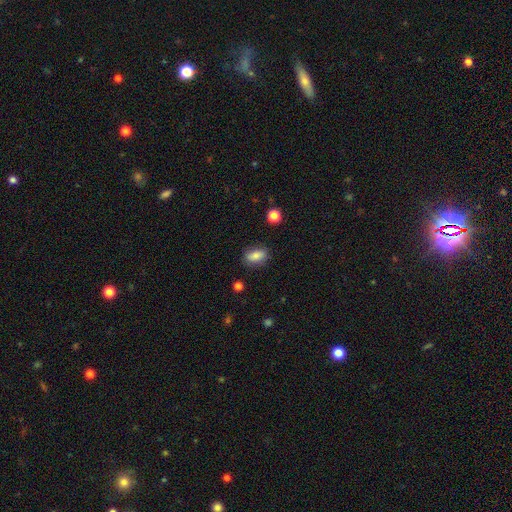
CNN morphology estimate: Overall: smooth (79%). How rounded: in between (85%). Merging: none (82%).